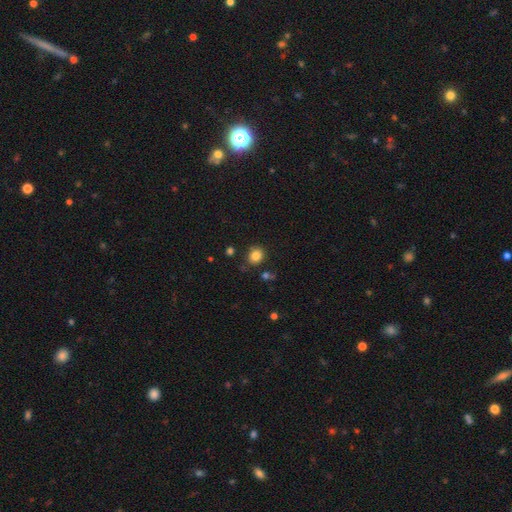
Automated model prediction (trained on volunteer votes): Morphology: type=smooth (83%); roundness=round (71%); merging=none (81%).